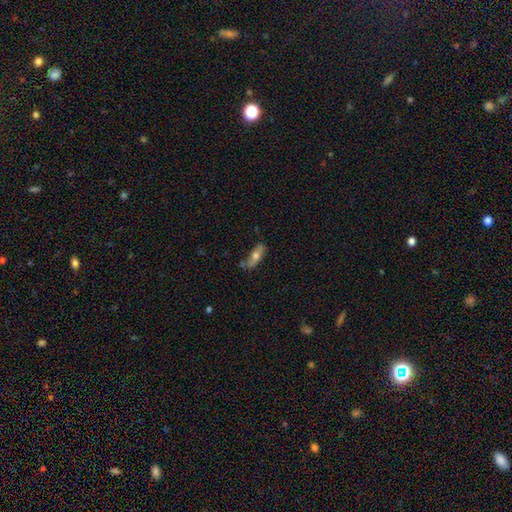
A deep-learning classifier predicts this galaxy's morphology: smooth-or-featured: smooth: 65% | featured or disk: 28% | star or artifact: 7%
  how-rounded: in between: 63% | cigar-shaped: 34% | round: 3%
  merging: none: 64% | minor disturbance: 22% | merger: 9% | major disturbance: 5%